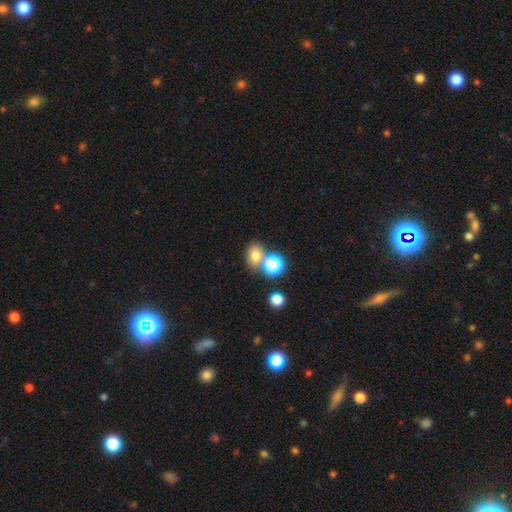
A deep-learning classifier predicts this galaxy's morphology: A smooth galaxy with no disk features (73%) that is in between round and cigar-shaped (51%).

Vote fractions:
- Smooth or featured? smooth: 73% / star or artifact: 18% / featured or disk: 9%
- How rounded? in between: 51% / round: 48% / cigar-shaped: 1%
- Merging? none: 59% / merger: 27% / minor disturbance: 10% / major disturbance: 4%